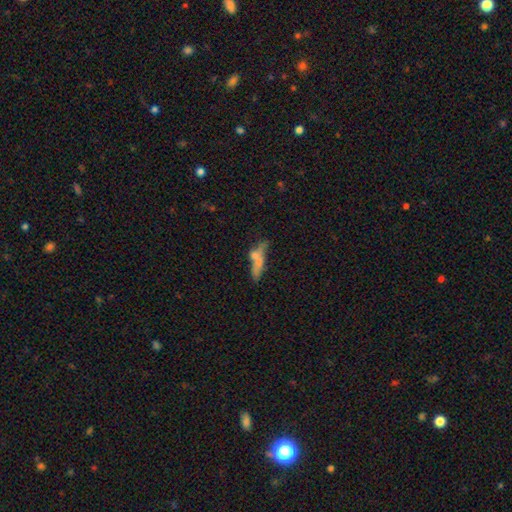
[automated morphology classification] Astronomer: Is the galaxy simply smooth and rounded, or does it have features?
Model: smooth — 50% (runner-up: featured or disk, 38%).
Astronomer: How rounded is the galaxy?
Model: cigar-shaped — 67%.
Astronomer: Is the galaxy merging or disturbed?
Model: none — 46% (runner-up: merger, 25%).